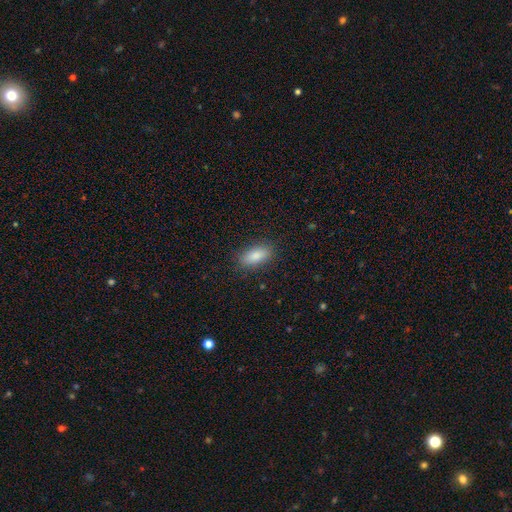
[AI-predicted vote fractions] smooth-or-featured: smooth: 85% | featured or disk: 8% | star or artifact: 7%
  how-rounded: in between: 84% | cigar-shaped: 13% | round: 3%
  merging: none: 87% | minor disturbance: 10% | major disturbance: 3% | merger: 1%